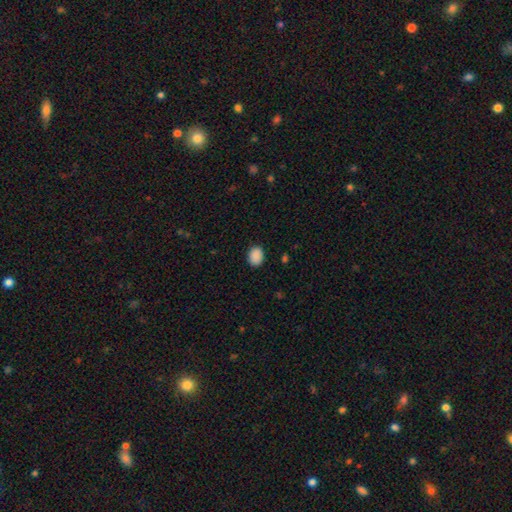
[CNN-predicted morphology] Overall: smooth (90%). How rounded: in between (63%; round 37%). Merging: none (87%).